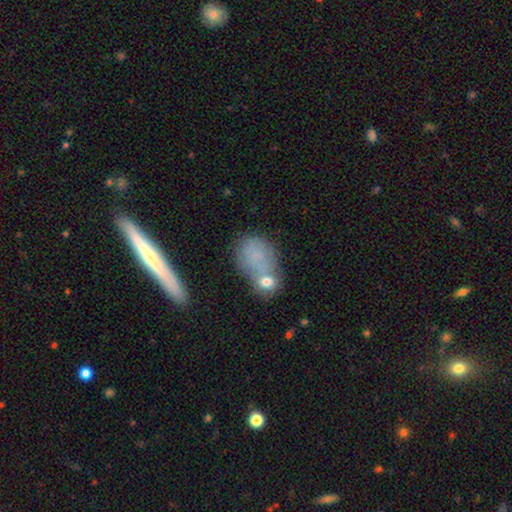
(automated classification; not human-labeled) smooth_or_featured: smooth (p=0.70) [alt: featured or disk p=0.20]
how_rounded: in between (p=0.59) [alt: round p=0.37]
merging: none (p=0.37) [alt: merger p=0.34]